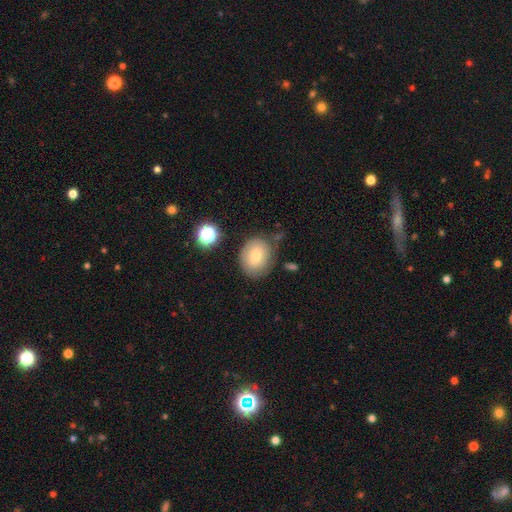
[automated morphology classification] Smooth or featured? Predicted: smooth (p=0.71). How rounded? Predicted: round (p=0.54). Merging? Predicted: none (p=0.69).